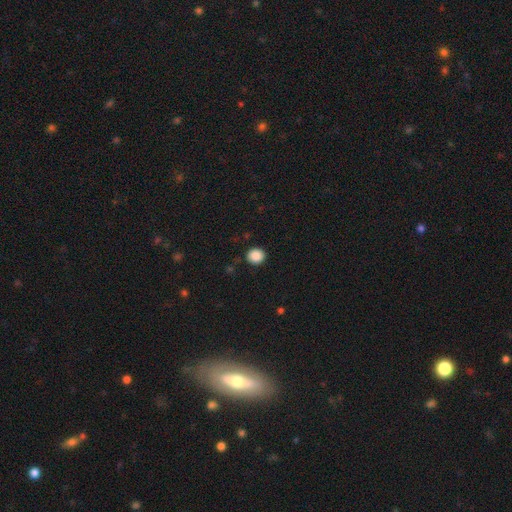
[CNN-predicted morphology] A smooth galaxy with no disk features (88%) that is round (86%).

Vote fractions:
- Smooth or featured? smooth: 88% / star or artifact: 9% / featured or disk: 3%
- How rounded? round: 86% / in between: 14% / cigar-shaped: 1%
- Merging? none: 91% / minor disturbance: 6% / major disturbance: 2% / merger: 1%